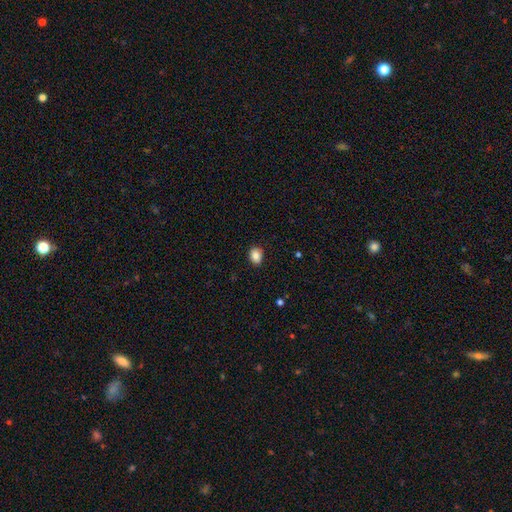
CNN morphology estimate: Smooth or featured: smooth — 85% (star or artifact — 9%)
How rounded: in between — 59% (round — 40%)
Merging: none — 89% (minor disturbance — 8%)